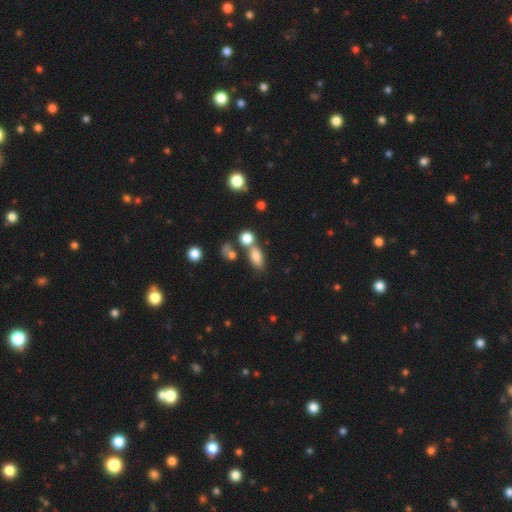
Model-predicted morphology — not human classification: A smooth galaxy with no disk features (77%) that is in between round and cigar-shaped (76%). Merging: none (52%).